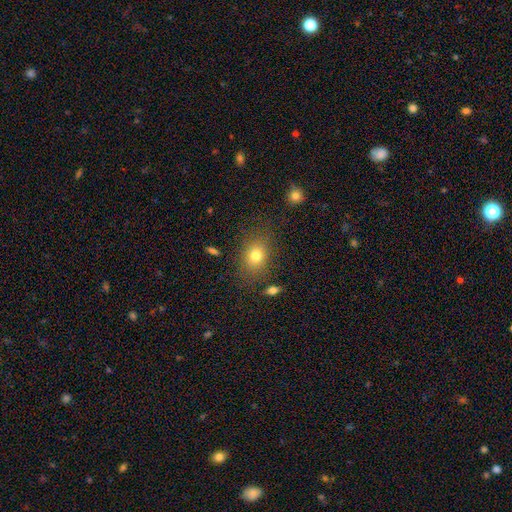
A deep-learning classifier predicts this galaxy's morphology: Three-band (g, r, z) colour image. It shows a smooth galaxy with no disk features (77%) that is in between round and cigar-shaped (59%). Merging: none (78%).